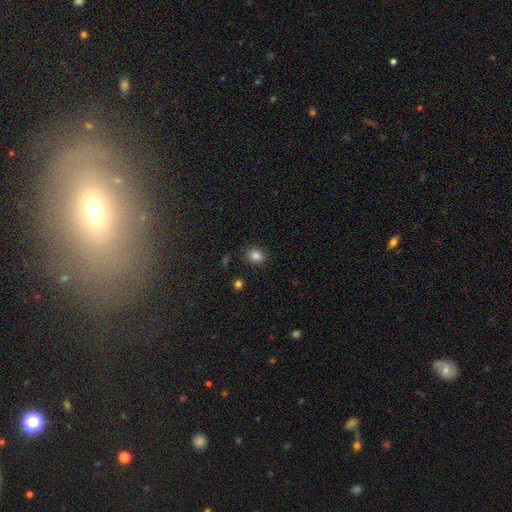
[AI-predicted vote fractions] Smooth or featured?
  - smooth: 84% *
  - star or artifact: 11%
  - featured or disk: 5%
How rounded?
  - round: 71% *
  - in between: 28%
  - cigar-shaped: 1%
Merging?
  - none: 87% *
  - minor disturbance: 8%
  - major disturbance: 3%
  - merger: 2%